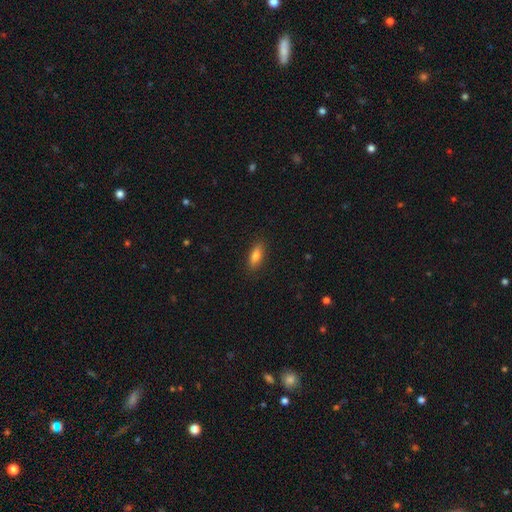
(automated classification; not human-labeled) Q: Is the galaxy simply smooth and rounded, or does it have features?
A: smooth — 79%.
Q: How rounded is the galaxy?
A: in between — 69%.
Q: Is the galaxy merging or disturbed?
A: none — 88%.